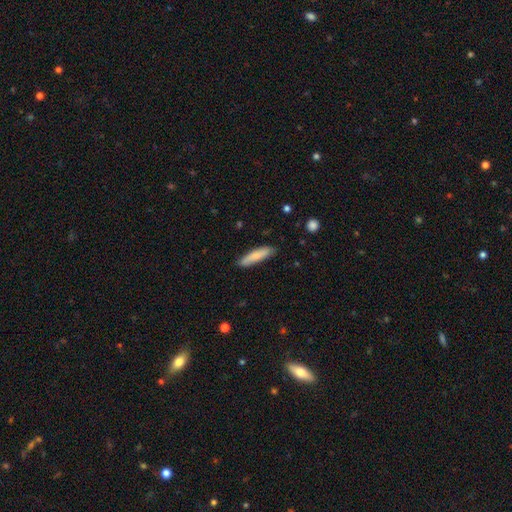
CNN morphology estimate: This appears to be a smooth galaxy with no disk features (78%) that is cigar-shaped (74%). Merging: none (83%).